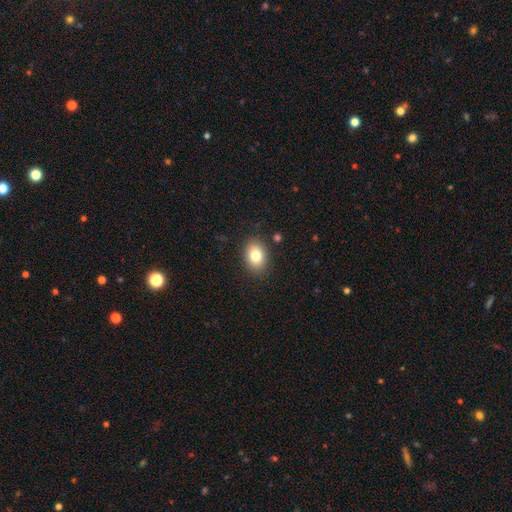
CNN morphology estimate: Smooth or featured: smooth — 80% (featured or disk — 11%)
How rounded: in between — 70% (round — 29%)
Merging: none — 87% (minor disturbance — 9%)